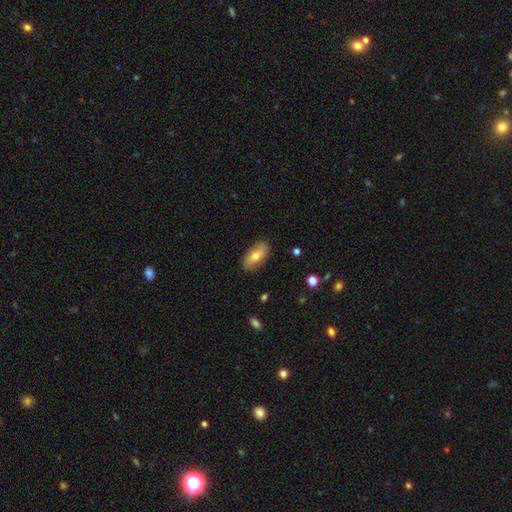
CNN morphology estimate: Smooth or featured?
  - smooth: 69% *
  - featured or disk: 24%
  - star or artifact: 7%
How rounded?
  - in between: 88% *
  - cigar-shaped: 8%
  - round: 4%
Merging?
  - none: 86% *
  - minor disturbance: 10%
  - major disturbance: 2%
  - merger: 1%